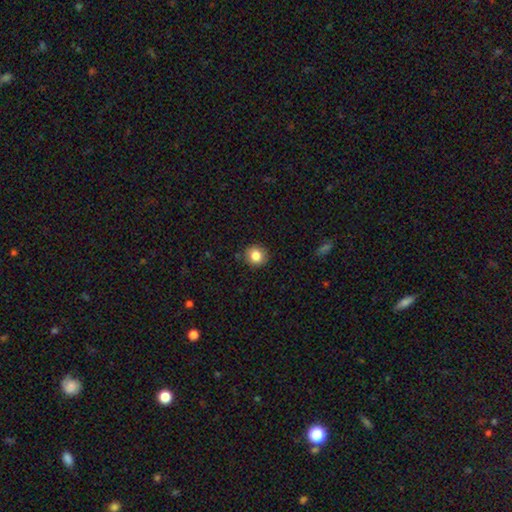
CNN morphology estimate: smooth-or-featured: smooth: 84% | star or artifact: 10% | featured or disk: 6%
  how-rounded: round: 87% | in between: 12% | cigar-shaped: 1%
  merging: none: 89% | minor disturbance: 8% | major disturbance: 2% | merger: 1%